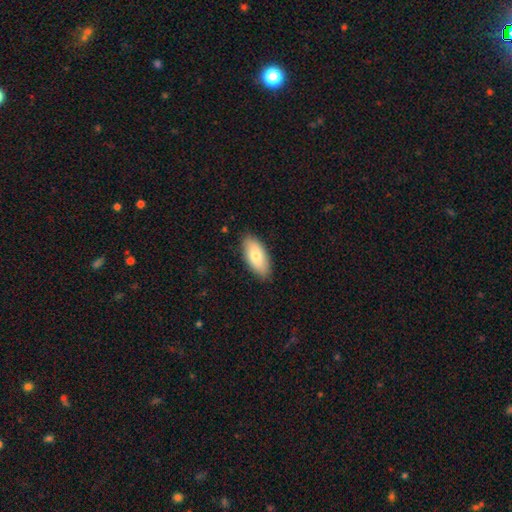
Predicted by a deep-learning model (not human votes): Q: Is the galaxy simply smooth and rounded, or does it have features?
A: smooth — 77%.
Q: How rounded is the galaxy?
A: in between — 88%.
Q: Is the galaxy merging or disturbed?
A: none — 87%.